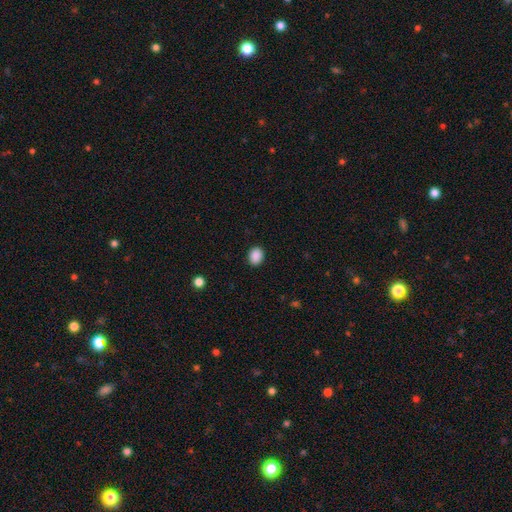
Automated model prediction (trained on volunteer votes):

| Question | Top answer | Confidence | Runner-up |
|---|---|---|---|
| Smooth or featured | smooth | 89% | star or artifact (9%) |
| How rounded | in between | 55% | round (44%) |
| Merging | none | 90% | minor disturbance (7%) |